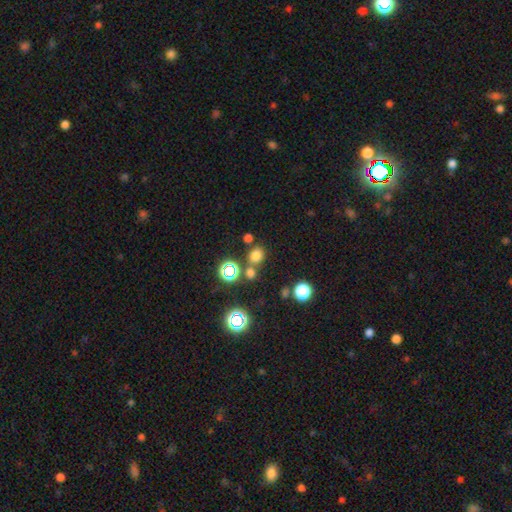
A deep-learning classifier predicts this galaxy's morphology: A smooth galaxy with no disk features (71%) that is round (71%). Merging: none (69%).